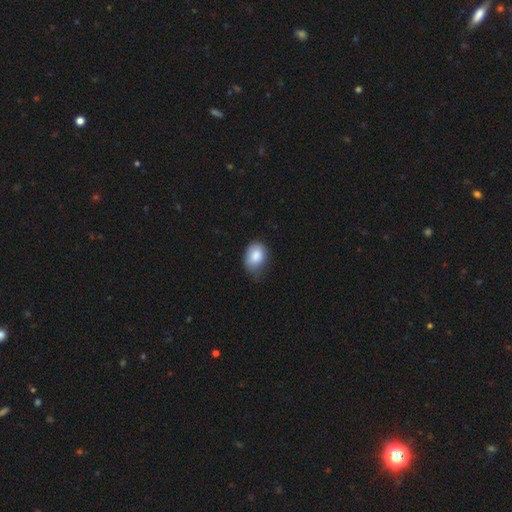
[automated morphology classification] A smooth galaxy with no disk features (84%) that is in between round and cigar-shaped (67%). Merging: minor disturbance (44%).